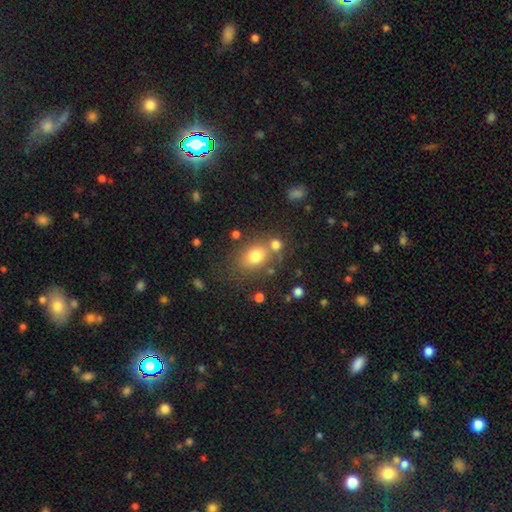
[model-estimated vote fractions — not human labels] A smooth galaxy with no disk features (76%) that is in between round and cigar-shaped (62%). Merging: none (59%).